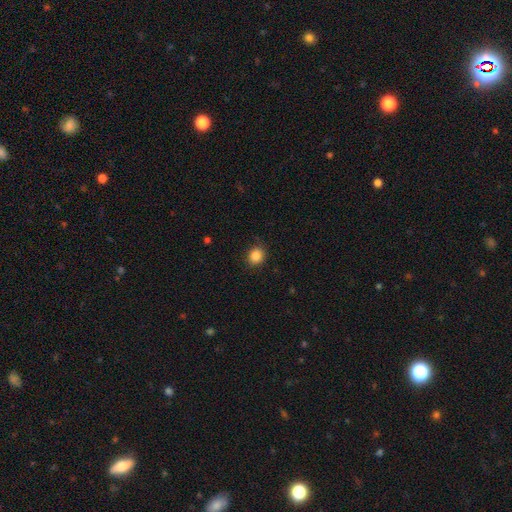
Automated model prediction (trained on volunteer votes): smooth-or-featured: smooth: 85% | star or artifact: 10% | featured or disk: 4%
  how-rounded: round: 74% | in between: 25% | cigar-shaped: 1%
  merging: none: 86% | minor disturbance: 11% | major disturbance: 3% | merger: 1%